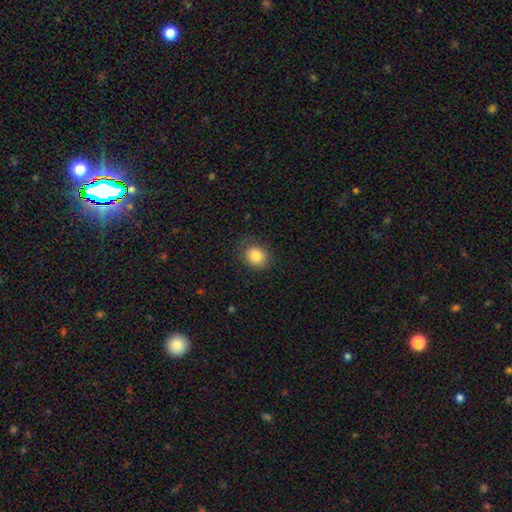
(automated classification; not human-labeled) Morphology: type=smooth (85%); roundness=round (68%); merging=none (80%).